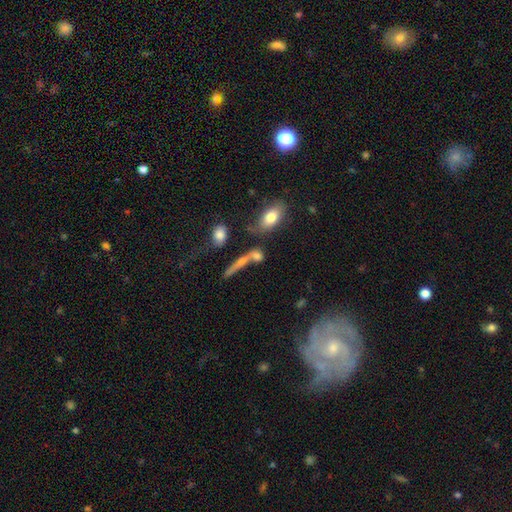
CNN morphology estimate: type=smooth (63%); roundness=in between (40%); merging=none (40%).